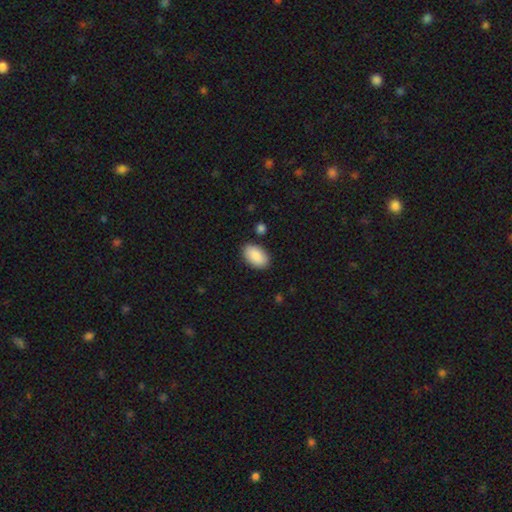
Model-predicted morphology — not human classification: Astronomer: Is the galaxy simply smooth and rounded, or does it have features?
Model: smooth — 88%.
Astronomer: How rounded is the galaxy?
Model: in between — 94%.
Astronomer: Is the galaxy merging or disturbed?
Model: none — 85%.